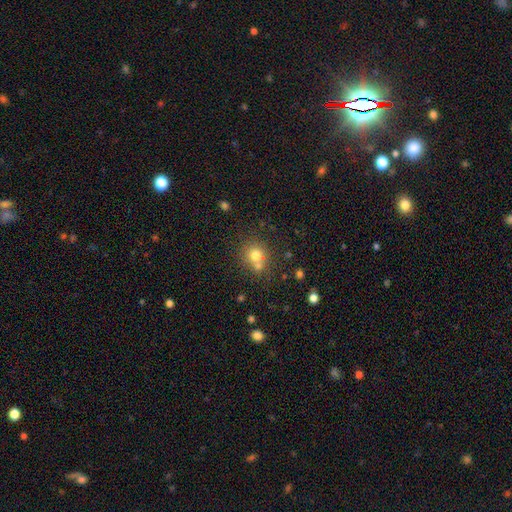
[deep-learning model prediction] The model was most divided on "merging": none: 55%, merger: 33%, minor disturbance: 9%, major disturbance: 3%. More confident: how rounded — round (86%); smooth or featured — smooth (72%).